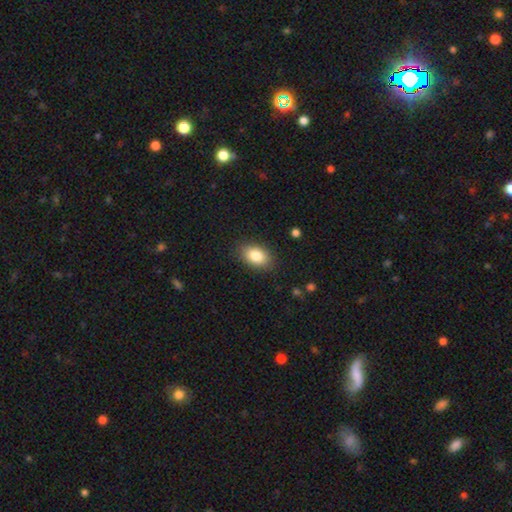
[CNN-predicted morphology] smooth 83%, featured or disk 9%, star or artifact 8%. Down the decision tree: how rounded — in between (86%); merging — none (86%).